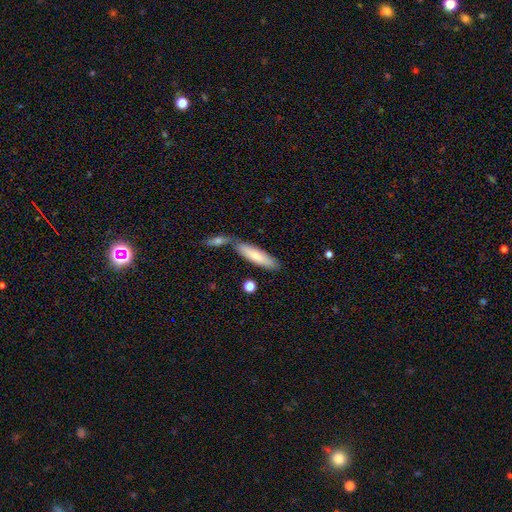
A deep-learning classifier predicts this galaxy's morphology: This appears to be a smooth galaxy with no disk features (75%) that is cigar-shaped (70%). Merging: none (61%).